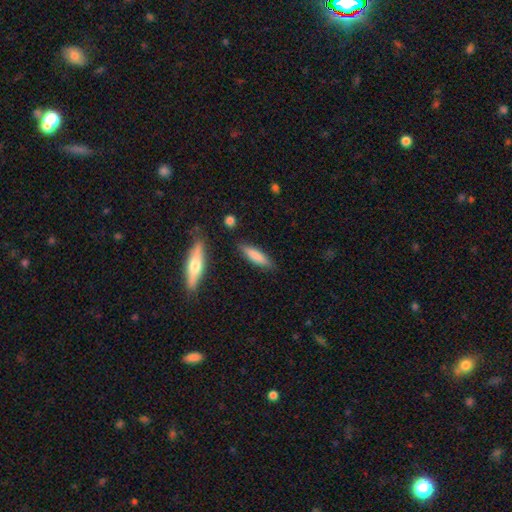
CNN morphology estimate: smooth 76%, featured or disk 18%, star or artifact 6%. Down the decision tree: how rounded — cigar-shaped (74%); merging — none (83%).